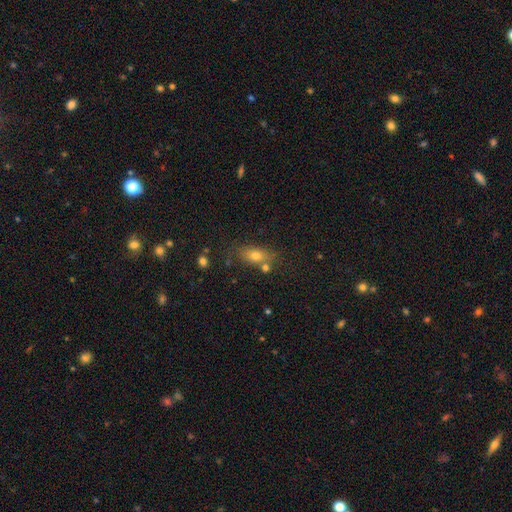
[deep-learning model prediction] smooth-or-featured: smooth: 68% | featured or disk: 18% | star or artifact: 15%
  how-rounded: in between: 69% | cigar-shaped: 16% | round: 14%
  merging: none: 68% | minor disturbance: 14% | merger: 13% | major disturbance: 5%